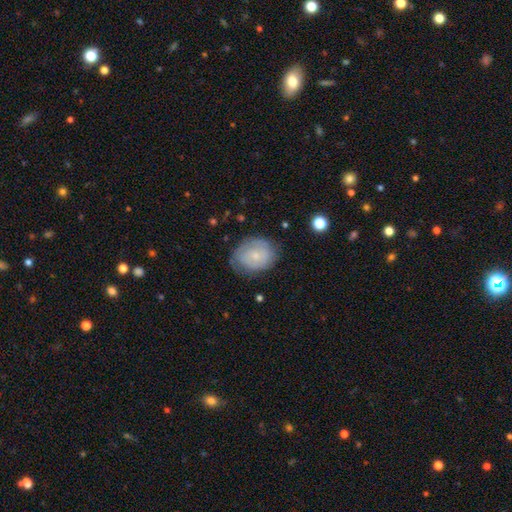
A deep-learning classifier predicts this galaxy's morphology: A smooth galaxy with no disk features (50%). Merging: none (68%).